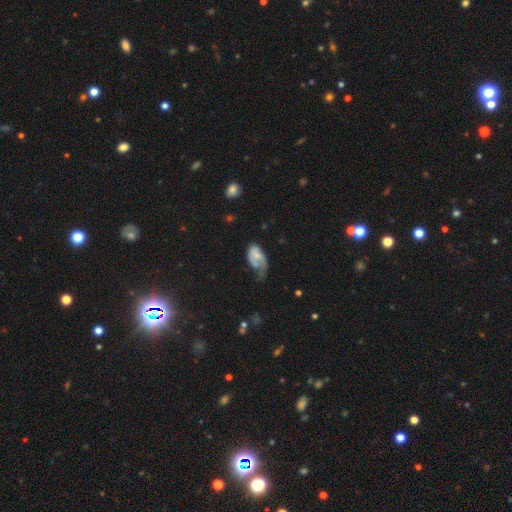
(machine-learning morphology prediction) type=featured or disk (53%); edge-on=no (96%); bar=no (63%); spiral arms=yes (74%); bulge=small (47%); merging=major disturbance (43%).